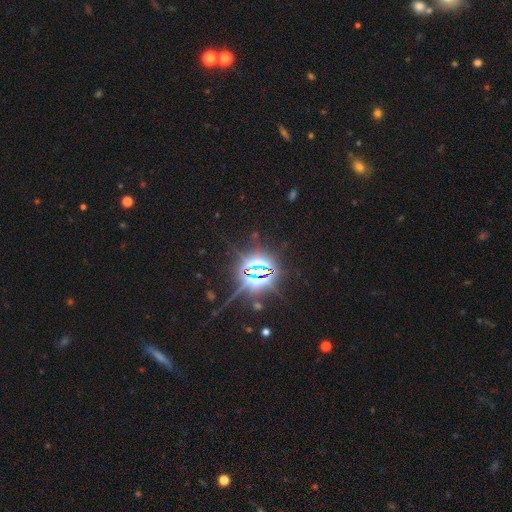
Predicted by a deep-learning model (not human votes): A star or artifact, not a galaxy (85%).

Vote fractions:
- Smooth or featured? star or artifact: 85% / featured or disk: 8% / smooth: 6%